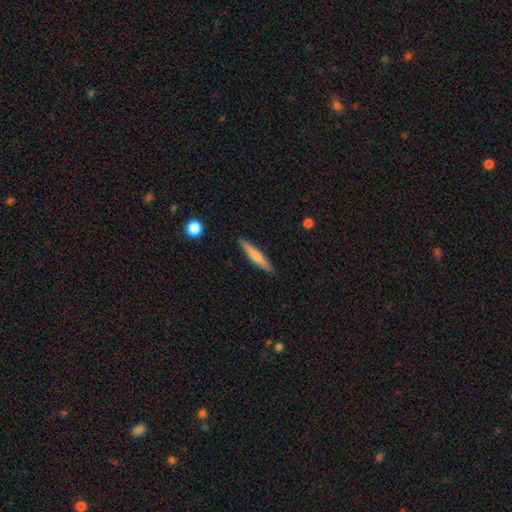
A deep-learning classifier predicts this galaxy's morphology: This is likely a smooth galaxy (64%). How rounded: clearly cigar-shaped (93%). Merging: clearly none (90%).